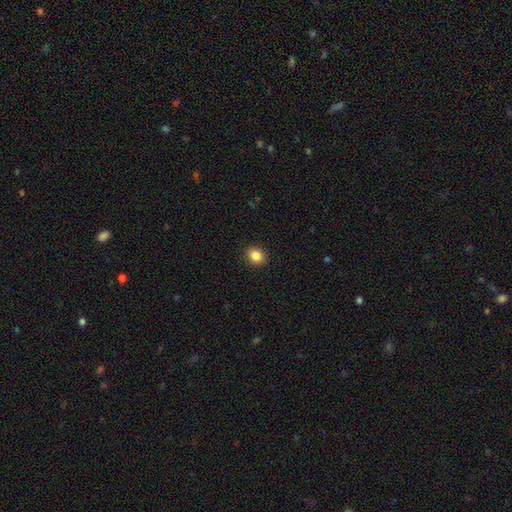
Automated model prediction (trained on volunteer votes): This appears to be a smooth galaxy with no disk features (86%) that is round (58%). Merging: none (91%).